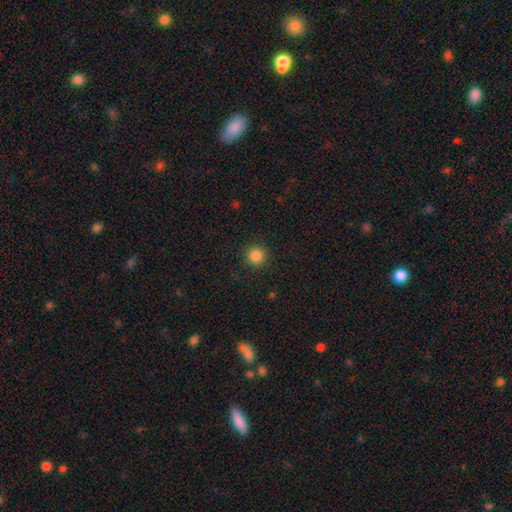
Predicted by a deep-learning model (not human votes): Smooth or featured?
  - smooth: 86% *
  - star or artifact: 11%
  - featured or disk: 3%
How rounded?
  - round: 95% *
  - in between: 4%
  - cigar-shaped: 1%
Merging?
  - none: 91% *
  - minor disturbance: 6%
  - major disturbance: 2%
  - merger: 1%